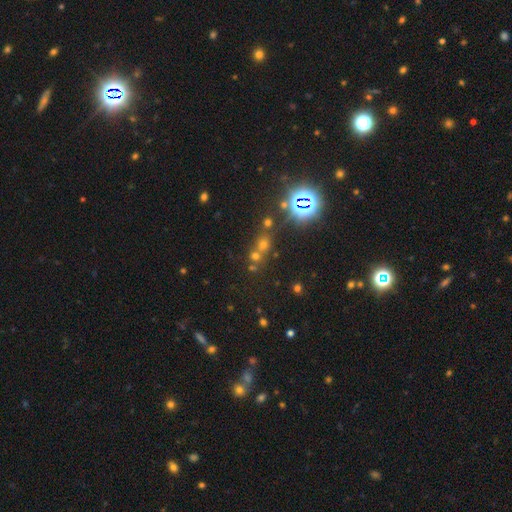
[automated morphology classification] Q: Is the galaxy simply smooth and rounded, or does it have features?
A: star or artifact — 67%.